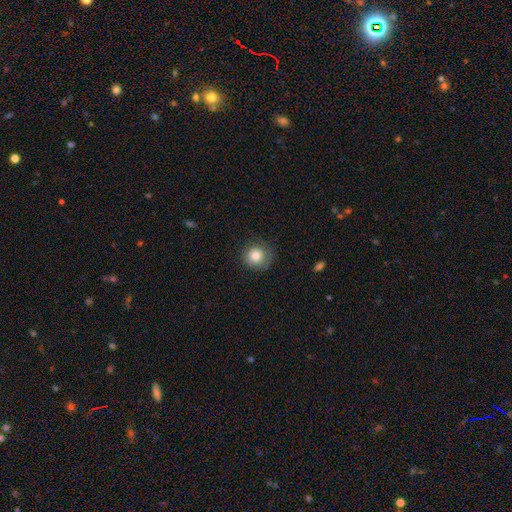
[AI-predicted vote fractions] Smooth or featured? Predicted: smooth (p=0.80). How rounded? Predicted: round (p=0.91). Merging? Predicted: none (p=0.73).